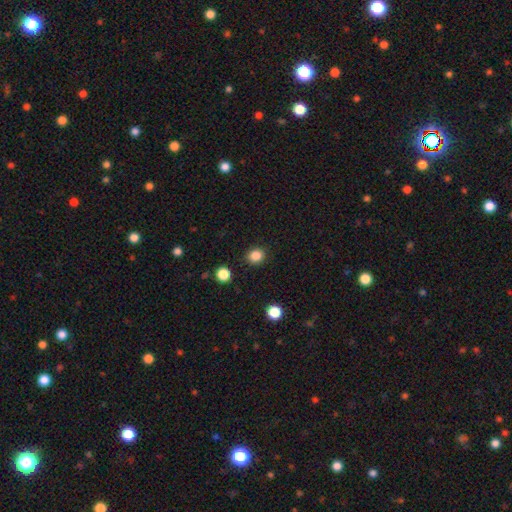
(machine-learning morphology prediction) Smooth or featured?
  - smooth: 85% *
  - star or artifact: 11%
  - featured or disk: 3%
How rounded?
  - round: 77% *
  - in between: 22%
  - cigar-shaped: 1%
Merging?
  - none: 89% *
  - minor disturbance: 7%
  - major disturbance: 2%
  - merger: 2%